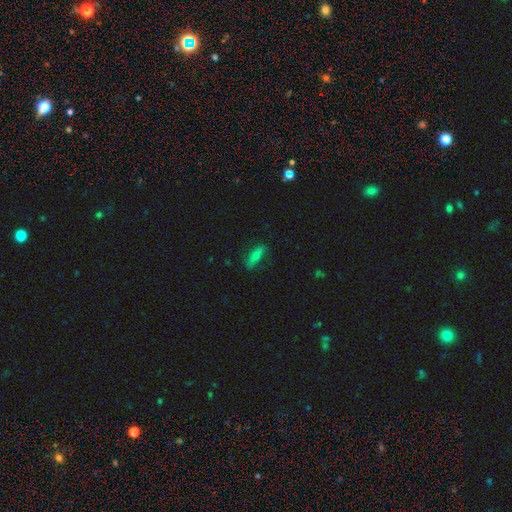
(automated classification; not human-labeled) smooth 51%, featured or disk 39%, star or artifact 10%. Down the decision tree: how rounded — in between (54%); merging — none (77%).